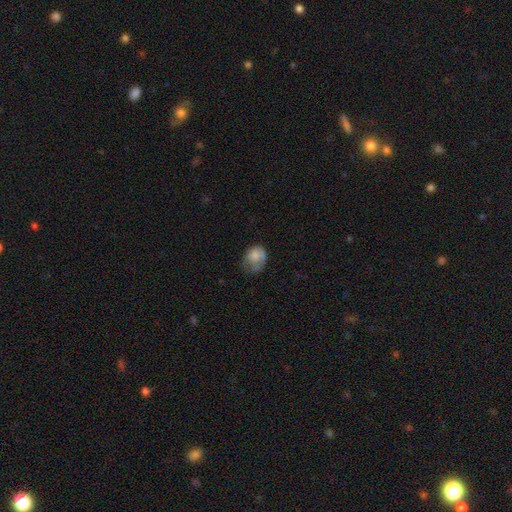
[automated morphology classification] This is likely a smooth galaxy (73%). How rounded: possibly in between (55%). Merging: marginally none (35%, tied with minor disturbance).